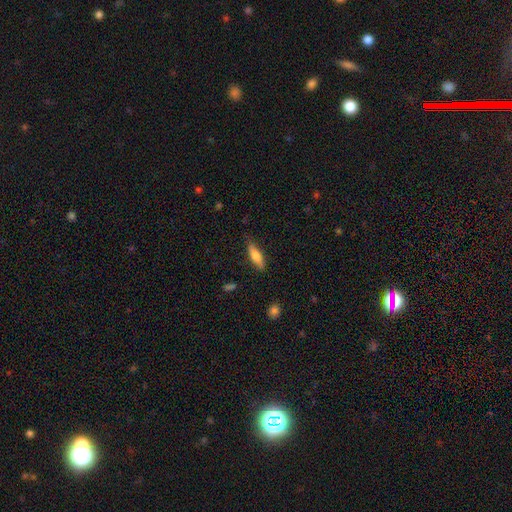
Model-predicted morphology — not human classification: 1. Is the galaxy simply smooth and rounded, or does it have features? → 71% smooth, 23% featured or disk, 6% star or artifact.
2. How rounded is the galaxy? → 53% cigar-shaped, 45% in between, 2% round.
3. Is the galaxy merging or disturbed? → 78% none, 17% minor disturbance, 3% major disturbance, 2% merger.